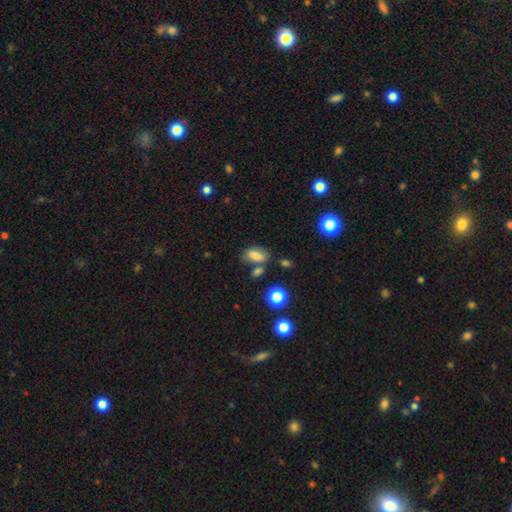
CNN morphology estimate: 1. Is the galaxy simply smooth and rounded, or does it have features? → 78% smooth, 12% star or artifact, 10% featured or disk.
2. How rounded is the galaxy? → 84% in between, 10% round, 5% cigar-shaped.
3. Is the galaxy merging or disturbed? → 57% none, 19% minor disturbance, 17% merger, 7% major disturbance.